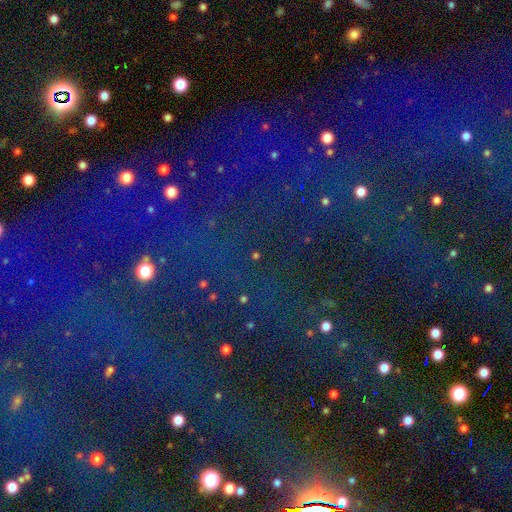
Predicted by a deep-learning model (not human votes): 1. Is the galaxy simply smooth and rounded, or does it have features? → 78% star or artifact, 14% smooth, 8% featured or disk.